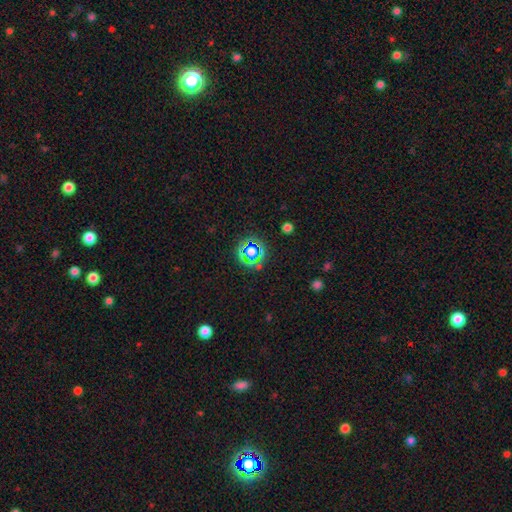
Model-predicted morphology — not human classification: type=star or artifact (60%).